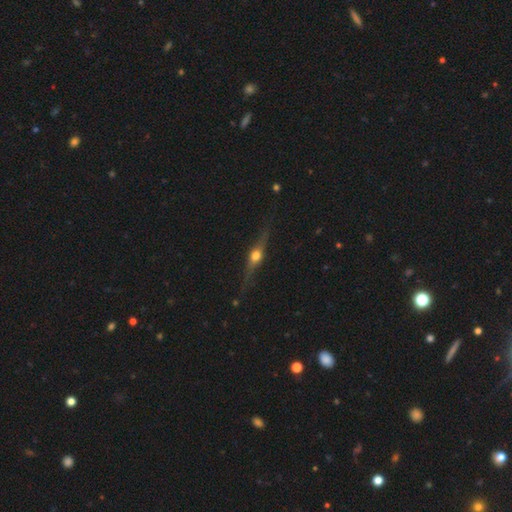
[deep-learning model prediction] smooth_or_featured: featured or disk (p=0.73) [alt: smooth p=0.20]
disk_edge_on: yes (p=0.95) [alt: no p=0.05]
edge_on_bulge: rounded (p=0.95) [alt: boxy p=0.03]
merging: none (p=0.84) [alt: minor disturbance p=0.12]